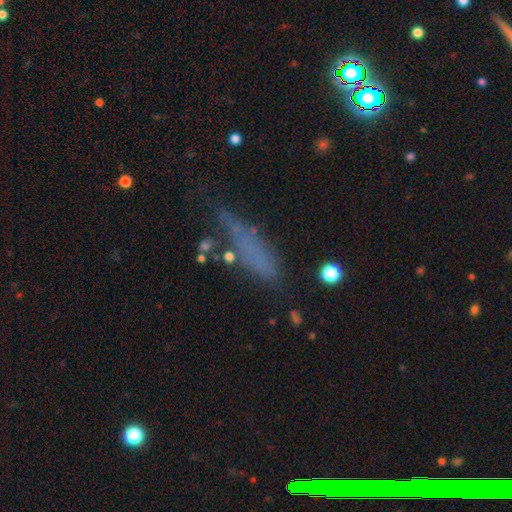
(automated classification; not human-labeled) This is possibly a smooth galaxy (57%). How rounded: likely cigar-shaped (72%). Merging: possibly none (51%).